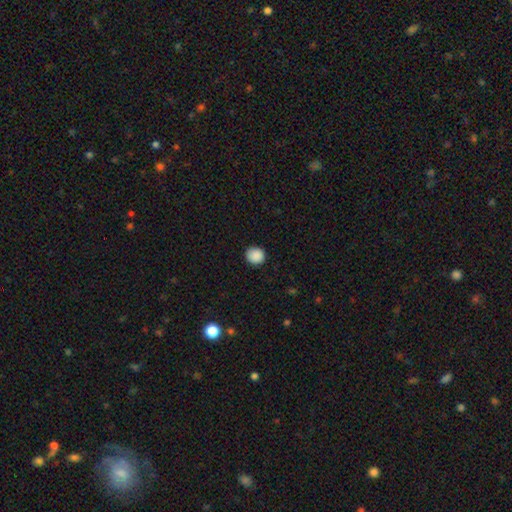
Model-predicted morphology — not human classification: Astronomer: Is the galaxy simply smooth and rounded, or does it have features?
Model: smooth — 89%.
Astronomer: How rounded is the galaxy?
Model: round — 87%.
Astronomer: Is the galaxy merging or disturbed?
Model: none — 90%.